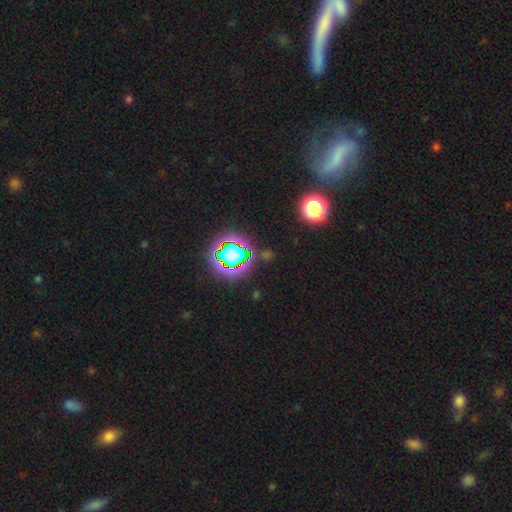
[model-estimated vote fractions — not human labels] This is likely a star or artifact rather than a galaxy (67%).